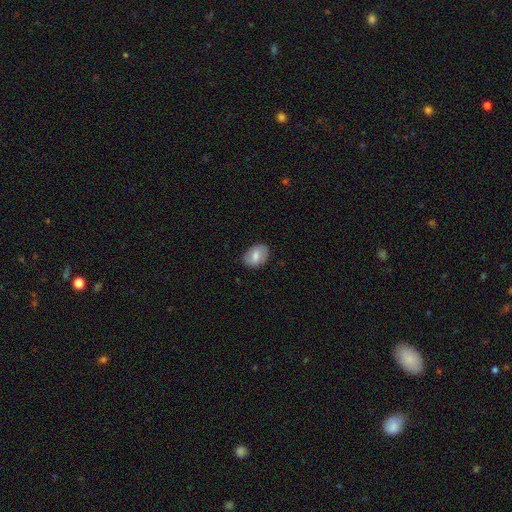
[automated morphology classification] Smooth or featured? Predicted: smooth (p=0.68). How rounded? Predicted: in between (p=0.73). Merging? Predicted: none (p=0.83).